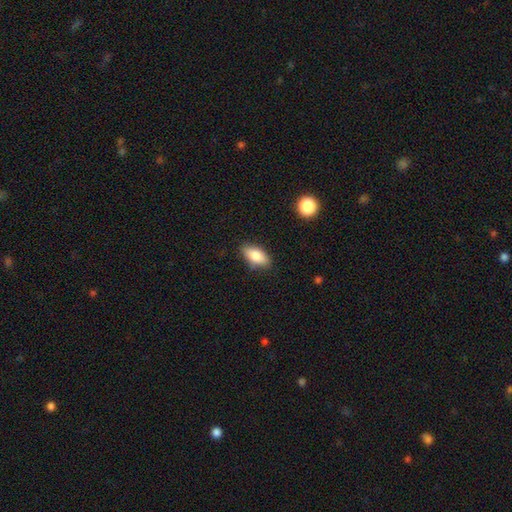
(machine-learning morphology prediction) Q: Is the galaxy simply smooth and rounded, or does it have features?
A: smooth — 82%.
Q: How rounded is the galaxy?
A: in between — 88%.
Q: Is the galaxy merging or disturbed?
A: none — 83%.